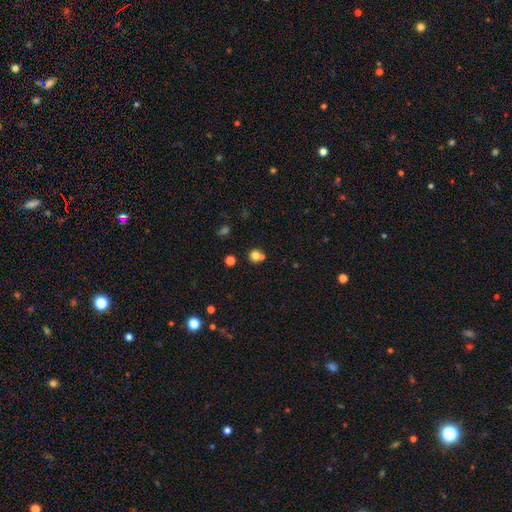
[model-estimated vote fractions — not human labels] A smooth galaxy with no disk features (76%) that is round (88%).

Vote fractions:
- Smooth or featured? smooth: 76% / star or artifact: 14% / featured or disk: 10%
- How rounded? round: 88% / in between: 11% / cigar-shaped: 1%
- Merging? none: 57% / merger: 32% / minor disturbance: 8% / major disturbance: 3%